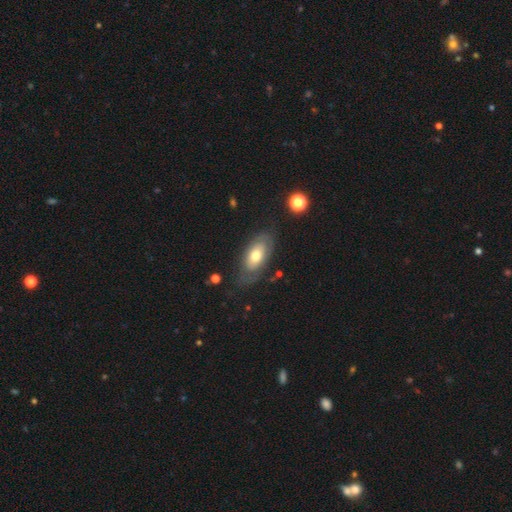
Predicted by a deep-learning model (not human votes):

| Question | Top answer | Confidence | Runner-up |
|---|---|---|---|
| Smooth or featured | smooth | 50% | featured or disk (43%) |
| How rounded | in between | 90% | cigar-shaped (6%) |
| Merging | none | 67% | minor disturbance (21%) |